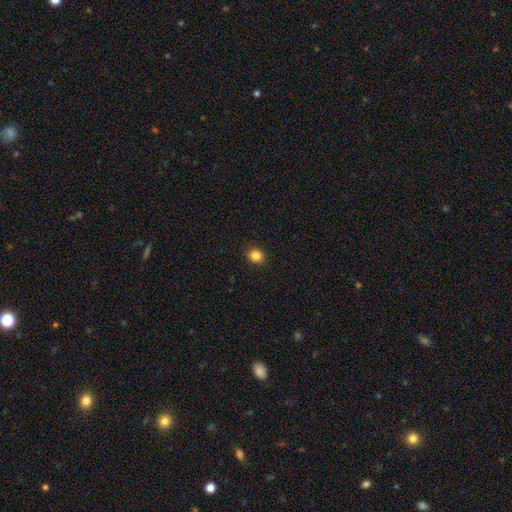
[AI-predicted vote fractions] Q: Smooth or featured?
A: smooth (85%); runner-up: star or artifact (12%)
Q: How rounded?
A: round (85%); runner-up: in between (14%)
Q: Merging?
A: none (92%); runner-up: minor disturbance (5%)